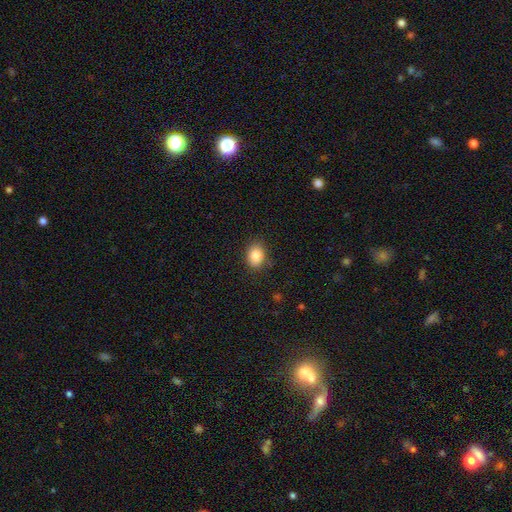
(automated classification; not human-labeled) This appears to be a smooth galaxy with no disk features (85%) that is in between round and cigar-shaped (62%). Merging: none (84%).